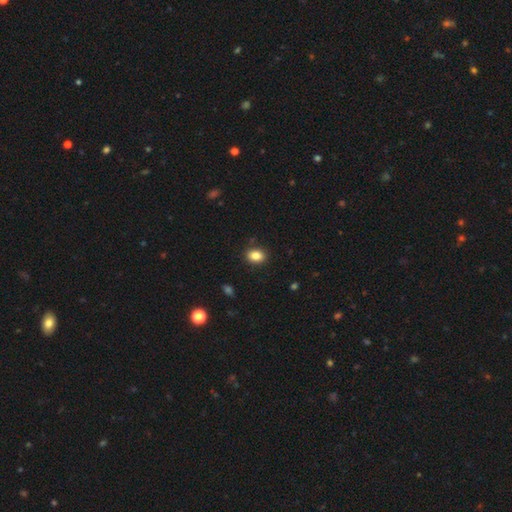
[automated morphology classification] The model was most divided on "how rounded": in between: 68%, round: 31%, cigar-shaped: 1%. More confident: merging — none (87%); smooth or featured — smooth (86%).